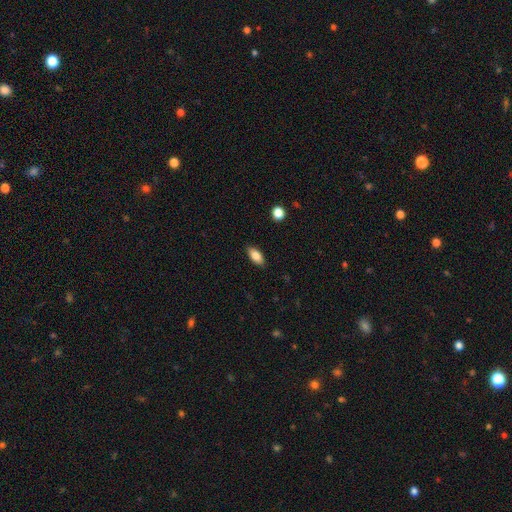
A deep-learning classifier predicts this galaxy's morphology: Smooth or featured? Predicted: smooth (p=0.84). How rounded? Predicted: in between (p=0.88). Merging? Predicted: none (p=0.87).